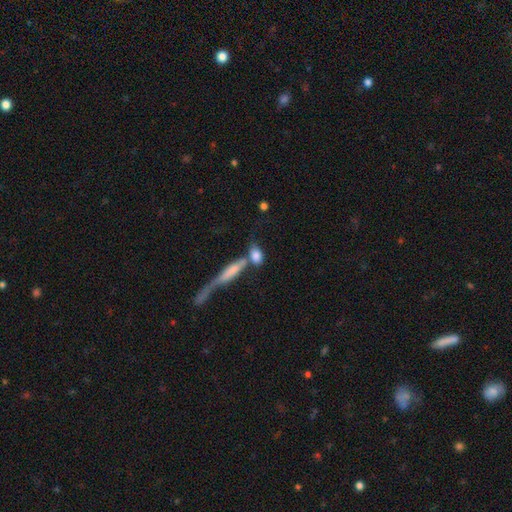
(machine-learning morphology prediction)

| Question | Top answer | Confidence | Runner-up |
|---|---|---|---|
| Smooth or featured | smooth | 78% | featured or disk (15%) |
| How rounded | in between | 74% | cigar-shaped (16%) |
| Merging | merger | 50% | none (29%) |